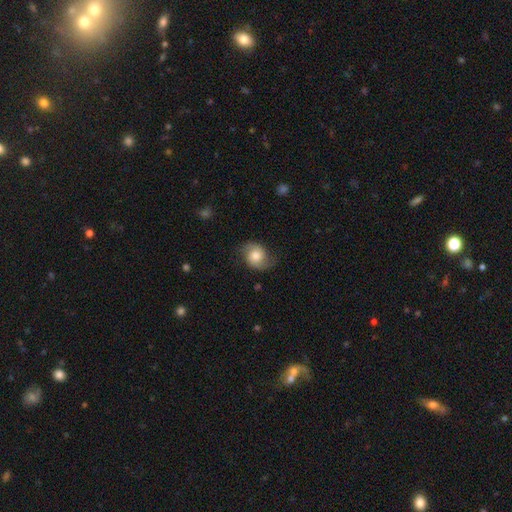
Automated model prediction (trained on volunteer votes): Smooth or featured: smooth — 48% (featured or disk — 44%)
Merging: none — 69% (minor disturbance — 22%)